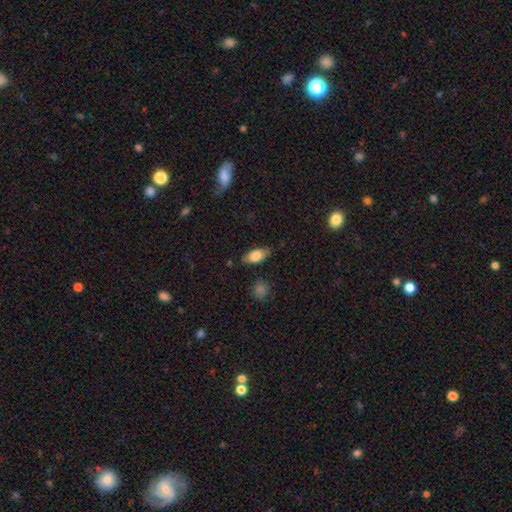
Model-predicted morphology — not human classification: Overall: smooth (78%). How rounded: in between (86%). Merging: none (78%).